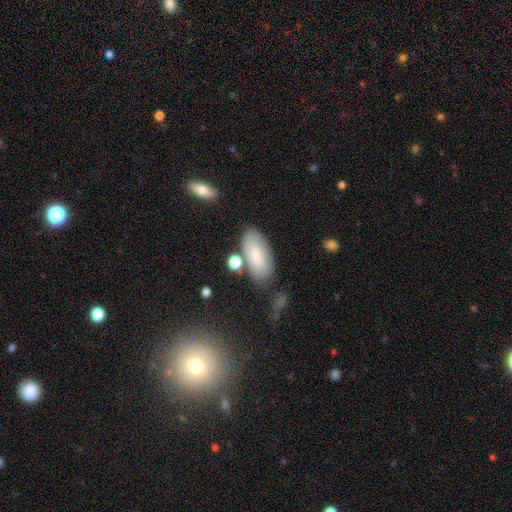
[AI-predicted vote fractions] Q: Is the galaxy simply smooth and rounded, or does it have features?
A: smooth — 78%.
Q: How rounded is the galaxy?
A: in between — 91%.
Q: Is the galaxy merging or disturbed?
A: none — 71%.